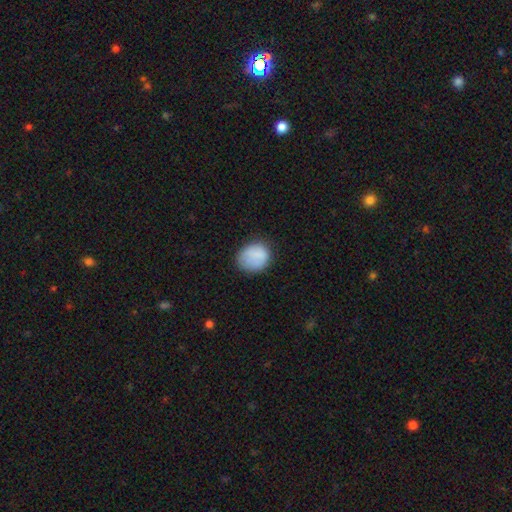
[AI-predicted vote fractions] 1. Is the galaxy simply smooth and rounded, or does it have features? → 85% smooth, 8% star or artifact, 8% featured or disk.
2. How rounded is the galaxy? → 67% round, 32% in between, 1% cigar-shaped.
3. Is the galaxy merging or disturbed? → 69% none, 23% minor disturbance, 7% major disturbance, 1% merger.